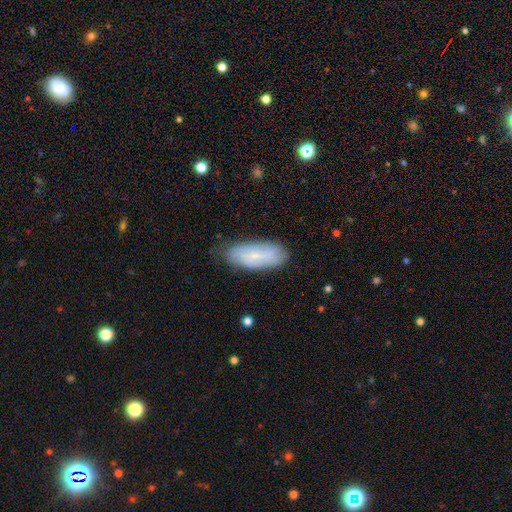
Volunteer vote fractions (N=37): Smooth or featured? smooth (62%)
How rounded? in between (91%)
Merging? none (69%)